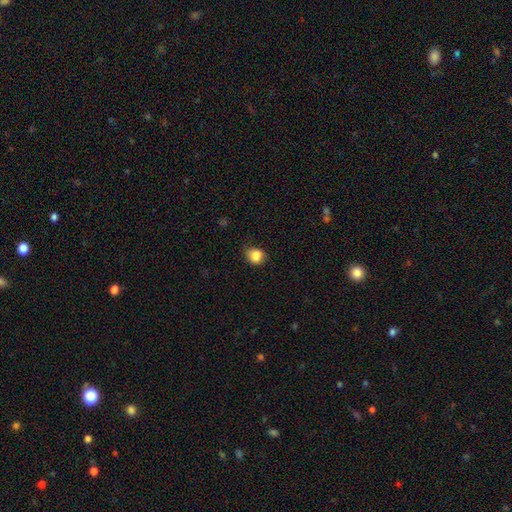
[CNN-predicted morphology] Smooth or featured?
  - smooth: 86% *
  - star or artifact: 9%
  - featured or disk: 5%
How rounded?
  - round: 61% *
  - in between: 38%
  - cigar-shaped: 1%
Merging?
  - none: 66% *
  - minor disturbance: 27%
  - major disturbance: 6%
  - merger: 2%